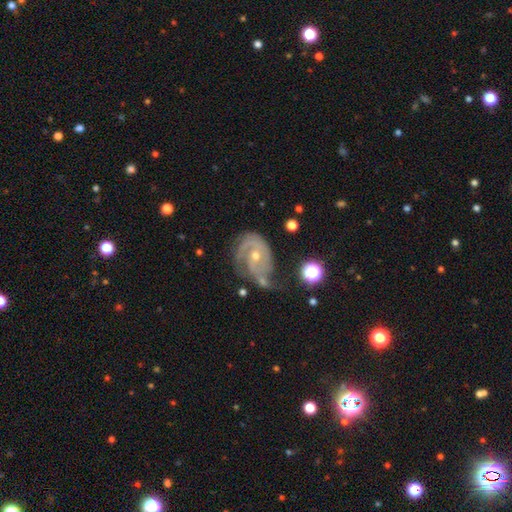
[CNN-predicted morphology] smooth_or_featured: featured or disk (p=0.84) [alt: smooth p=0.08]
disk_edge_on: no (p=0.97) [alt: yes p=0.03]
bar: no (p=0.62) [alt: weak p=0.29]
has_spiral_arms: yes (p=0.94) [alt: no p=0.06]
spiral_winding: tight (p=0.51) [alt: medium p=0.37]
spiral_arm_count: 2 (p=0.49) [alt: can't tell p=0.18]
bulge_size: small (p=0.54) [alt: moderate p=0.43]
merging: none (p=0.45) [alt: minor disturbance p=0.25]